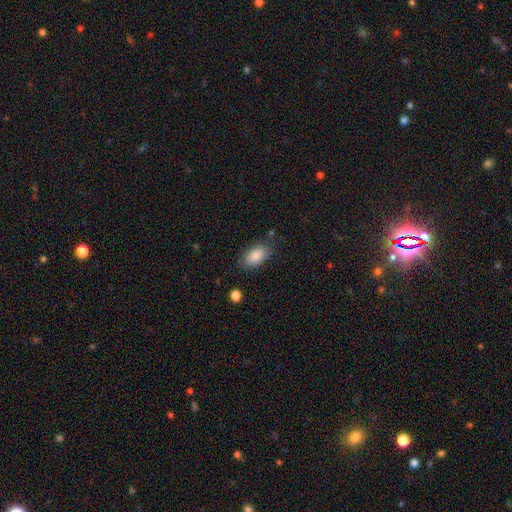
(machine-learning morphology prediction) The model was most divided on "merging": none: 78%, minor disturbance: 15%, major disturbance: 4%, merger: 2%. More confident: how rounded — in between (92%); smooth or featured — smooth (87%).